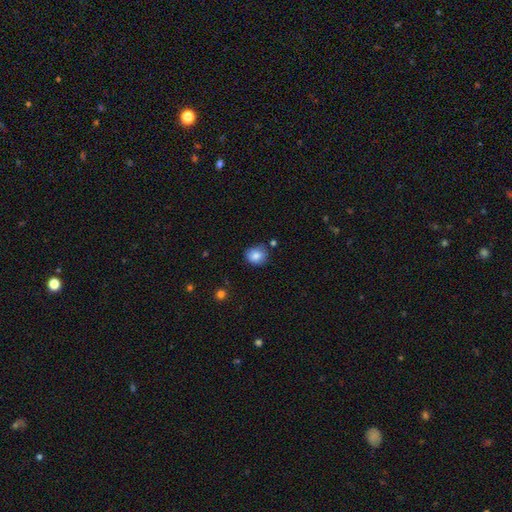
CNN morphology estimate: Smooth or featured?
  - smooth: 84% *
  - star or artifact: 9%
  - featured or disk: 7%
How rounded?
  - round: 75% *
  - in between: 24%
  - cigar-shaped: 1%
Merging?
  - none: 76% *
  - minor disturbance: 17%
  - merger: 4%
  - major disturbance: 3%